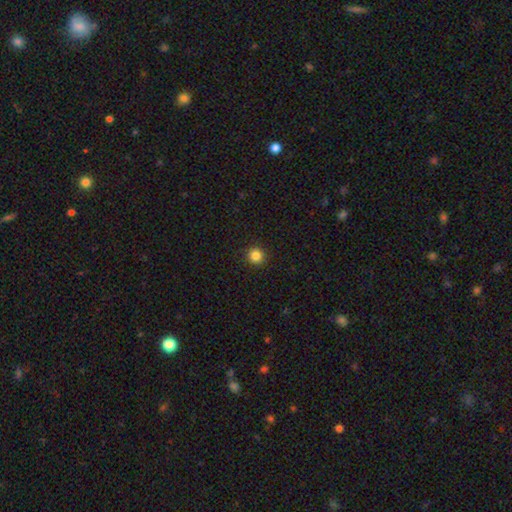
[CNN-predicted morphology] Overall: smooth (85%). How rounded: round (95%). Merging: none (93%).